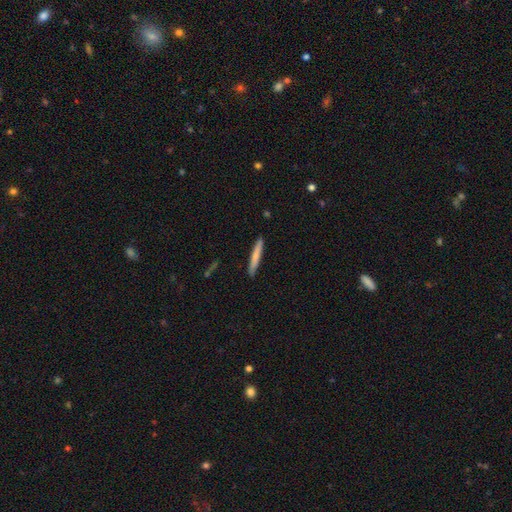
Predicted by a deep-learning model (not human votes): Smooth or featured?
  - smooth: 71% *
  - featured or disk: 23%
  - star or artifact: 5%
How rounded?
  - cigar-shaped: 96% *
  - in between: 3%
  - round: 1%
Merging?
  - none: 89% *
  - minor disturbance: 8%
  - major disturbance: 1%
  - merger: 1%